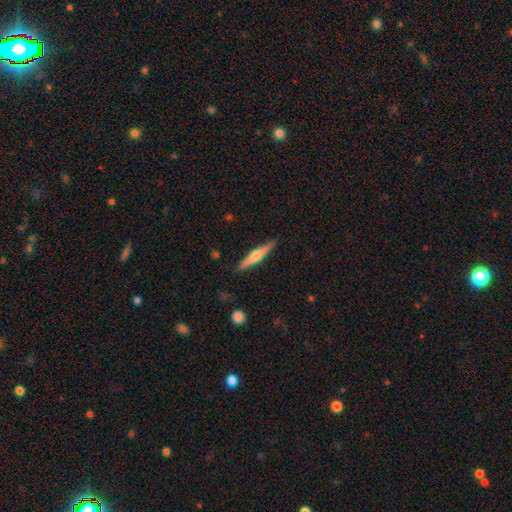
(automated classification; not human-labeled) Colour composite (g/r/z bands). It shows a featured or disk galaxy (62%) viewed edge-on (97%) with a rounded central bulge (89%). Merging: none (90%).